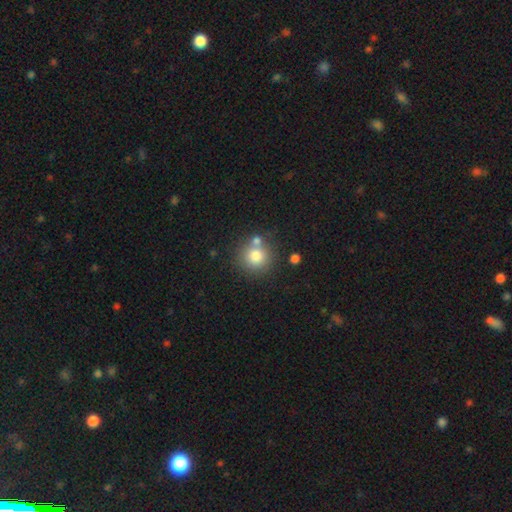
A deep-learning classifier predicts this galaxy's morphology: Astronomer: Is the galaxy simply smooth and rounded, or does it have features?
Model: smooth — 78%.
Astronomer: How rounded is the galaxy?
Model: round — 92%.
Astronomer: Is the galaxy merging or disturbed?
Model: none — 67%.